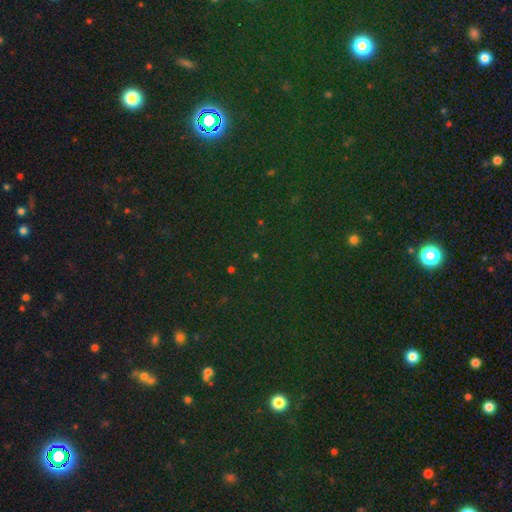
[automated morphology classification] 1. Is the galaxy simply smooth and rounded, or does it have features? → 70% star or artifact, 22% smooth, 8% featured or disk.